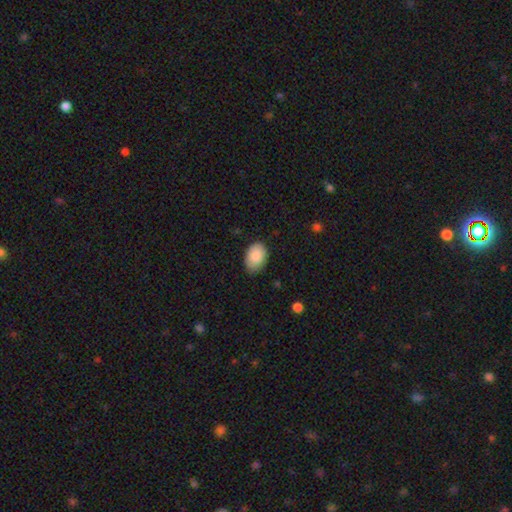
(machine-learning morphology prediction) Q: Smooth or featured?
A: smooth (88%); runner-up: star or artifact (7%)
Q: How rounded?
A: in between (86%); runner-up: round (13%)
Q: Merging?
A: none (78%); runner-up: minor disturbance (18%)